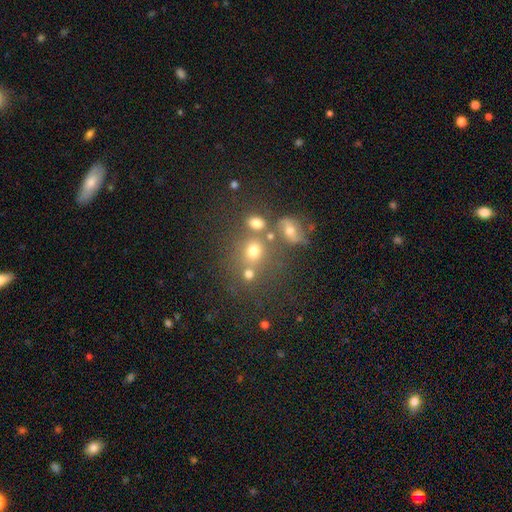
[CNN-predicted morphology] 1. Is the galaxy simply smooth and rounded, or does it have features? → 47% smooth, 35% star or artifact, 18% featured or disk.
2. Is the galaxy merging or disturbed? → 46% none, 39% merger, 9% minor disturbance, 6% major disturbance.